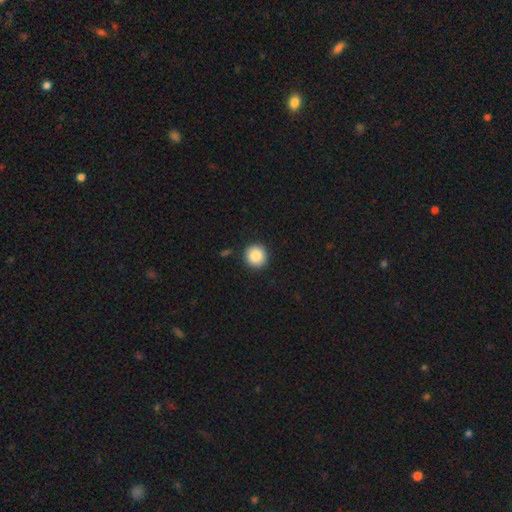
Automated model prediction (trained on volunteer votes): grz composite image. It shows a smooth galaxy with no disk features (87%) that is round (94%). Merging: none (91%).